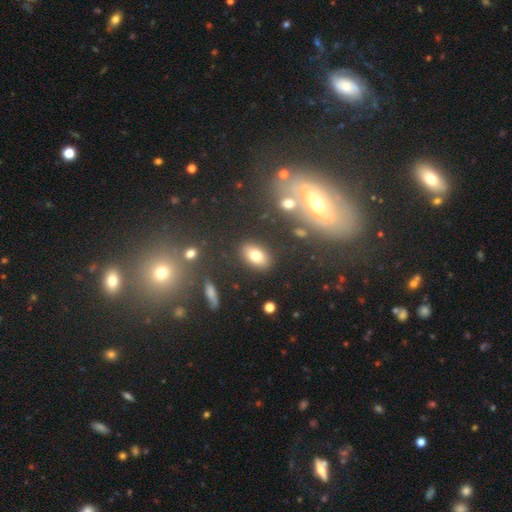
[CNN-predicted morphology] Overall: smooth (76%). How rounded: in between (85%). Merging: none (85%).